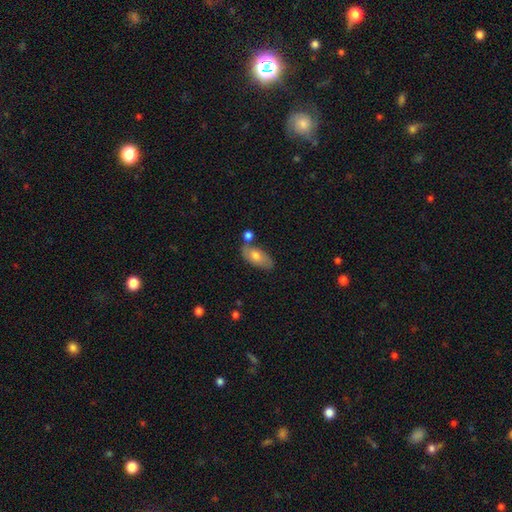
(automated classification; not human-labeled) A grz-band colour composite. It shows a smooth galaxy with no disk features (64%) that is in between round and cigar-shaped (90%). Merging: none (55%).